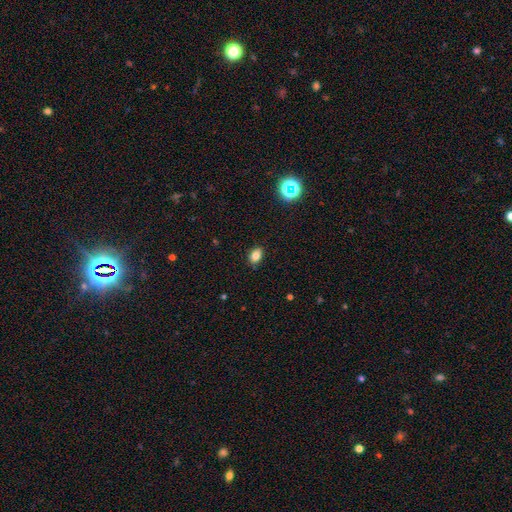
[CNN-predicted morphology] A smooth galaxy with no disk features (81%) that is in between round and cigar-shaped (80%).

Vote fractions:
- Smooth or featured? smooth: 81% / star or artifact: 12% / featured or disk: 7%
- How rounded? in between: 80% / round: 19% / cigar-shaped: 2%
- Merging? none: 87% / minor disturbance: 10% / major disturbance: 2% / merger: 1%